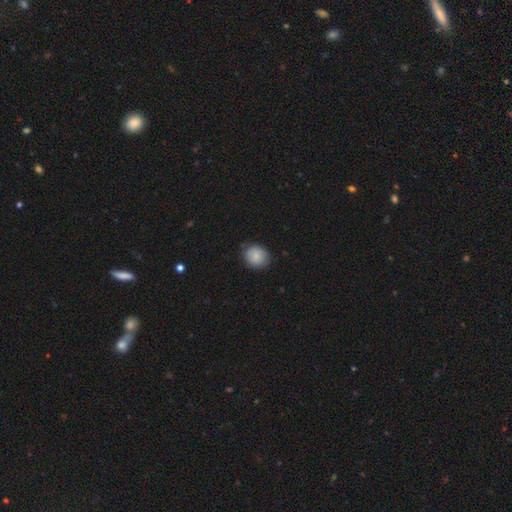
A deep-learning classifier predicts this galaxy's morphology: Smooth or featured? smooth (83%)
How rounded? round (69%)
Merging? none (80%)